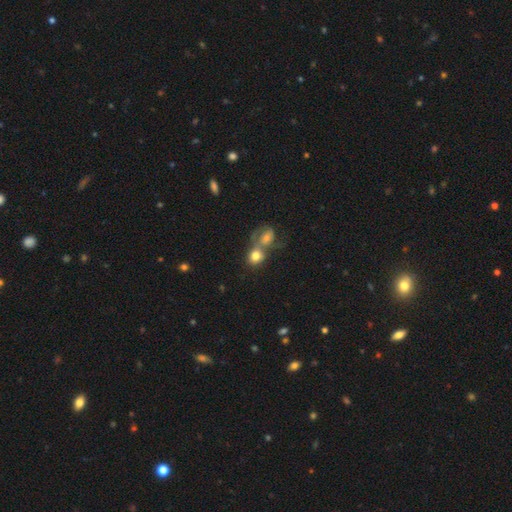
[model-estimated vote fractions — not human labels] Smooth or featured? Predicted: smooth (p=0.70). How rounded? Predicted: round (p=0.64). Merging? Predicted: merger (p=0.63).